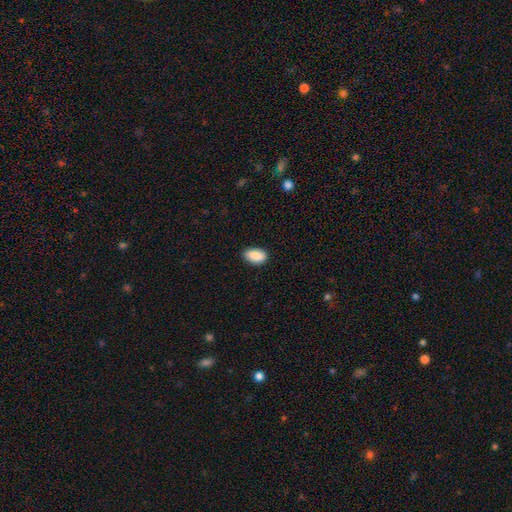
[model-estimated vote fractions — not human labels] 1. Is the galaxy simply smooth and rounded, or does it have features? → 89% smooth, 7% star or artifact, 4% featured or disk.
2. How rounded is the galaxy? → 93% in between, 5% round, 2% cigar-shaped.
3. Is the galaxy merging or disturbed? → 86% none, 11% minor disturbance, 2% major disturbance, 1% merger.